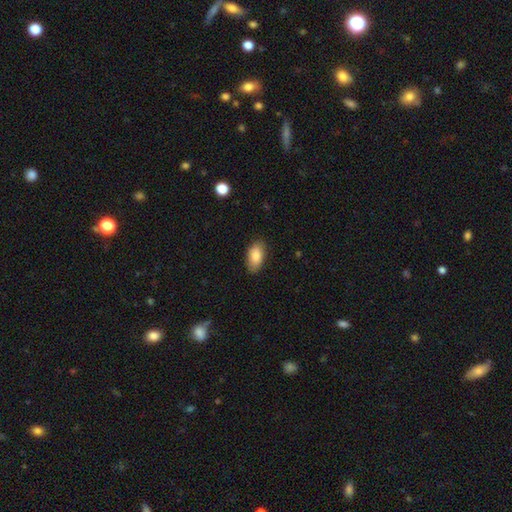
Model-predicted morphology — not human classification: This appears to be a smooth galaxy with no disk features (85%) that is in between round and cigar-shaped (93%). Merging: none (84%).